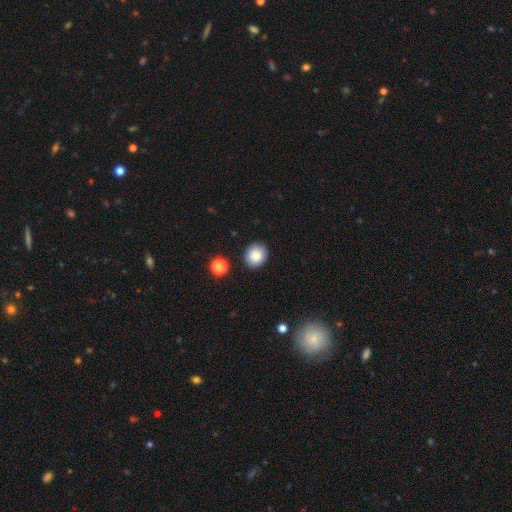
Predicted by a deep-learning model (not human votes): A smooth galaxy with no disk features (87%) that is round (77%).

Vote fractions:
- Smooth or featured? smooth: 87% / star or artifact: 9% / featured or disk: 4%
- How rounded? round: 77% / in between: 22% / cigar-shaped: 1%
- Merging? none: 88% / minor disturbance: 7% / merger: 2% / major disturbance: 2%